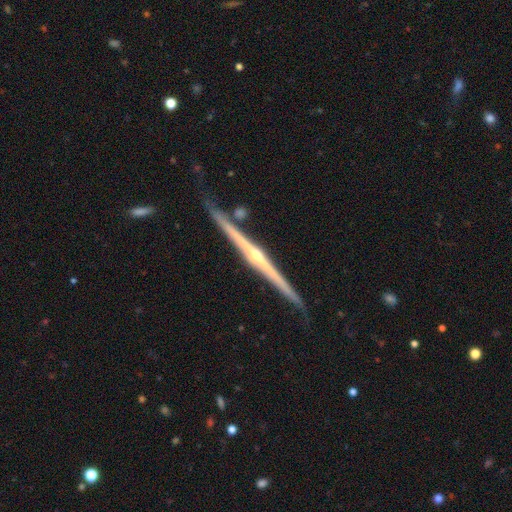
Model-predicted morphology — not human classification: The model was most divided on "edge-on bulge": rounded: 85%, none: 11%, boxy: 4%. More confident: edge-on disk — yes (98%); smooth or featured — featured or disk (88%); merging — none (84%).